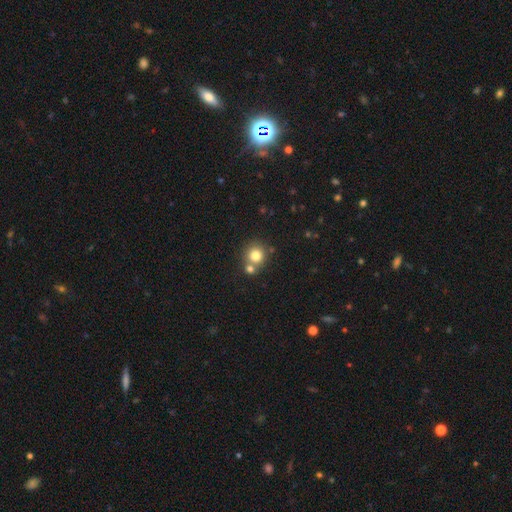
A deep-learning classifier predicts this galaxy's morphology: A smooth galaxy with no disk features (79%) that is round (90%).

Vote fractions:
- Smooth or featured? smooth: 79% / star or artifact: 12% / featured or disk: 10%
- How rounded? round: 90% / in between: 9% / cigar-shaped: 1%
- Merging? none: 62% / merger: 27% / minor disturbance: 8% / major disturbance: 3%